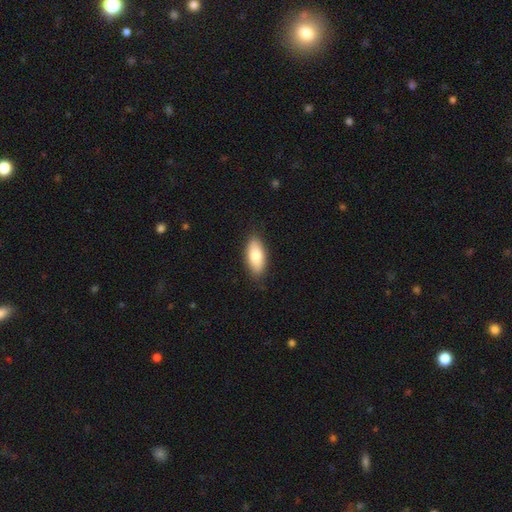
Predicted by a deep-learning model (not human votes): Smooth or featured? smooth (79%)
How rounded? in between (88%)
Merging? none (85%)